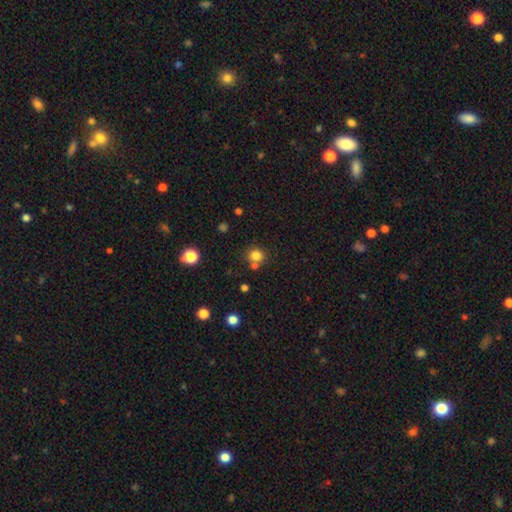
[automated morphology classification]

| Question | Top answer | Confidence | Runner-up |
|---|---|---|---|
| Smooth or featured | smooth | 80% | star or artifact (14%) |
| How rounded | round | 86% | in between (13%) |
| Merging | none | 67% | merger (21%) |